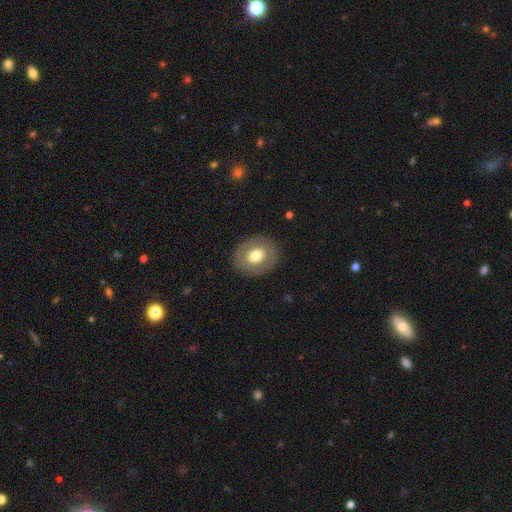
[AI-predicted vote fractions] smooth_or_featured: smooth (p=0.64) [alt: featured or disk p=0.29]
how_rounded: round (p=0.50) [alt: in between p=0.49]
merging: none (p=0.87) [alt: minor disturbance p=0.09]